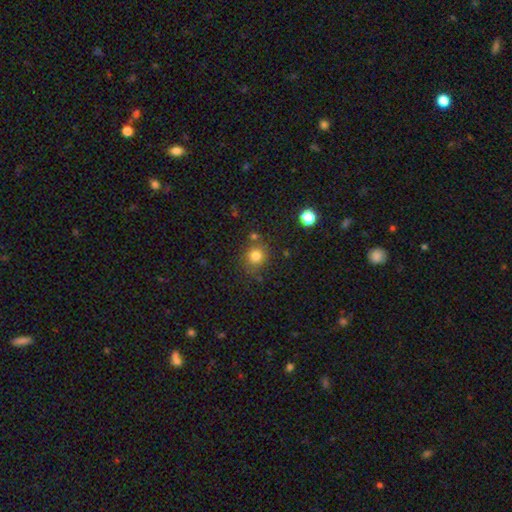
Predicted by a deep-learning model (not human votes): This appears to be a smooth galaxy with no disk features (79%) that is round (84%). Merging: none (75%).